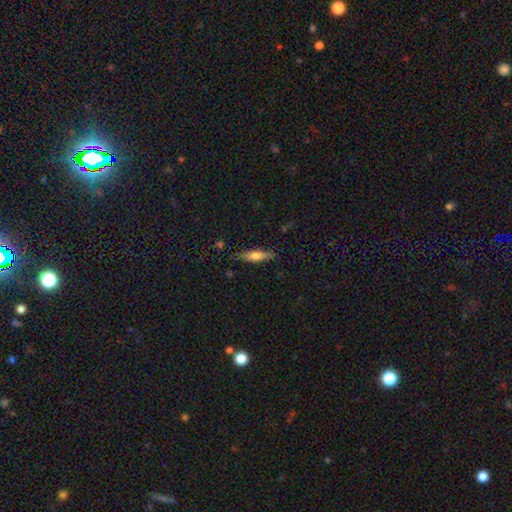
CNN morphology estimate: Smooth or featured? smooth (60%)
How rounded? cigar-shaped (65%)
Merging? none (80%)